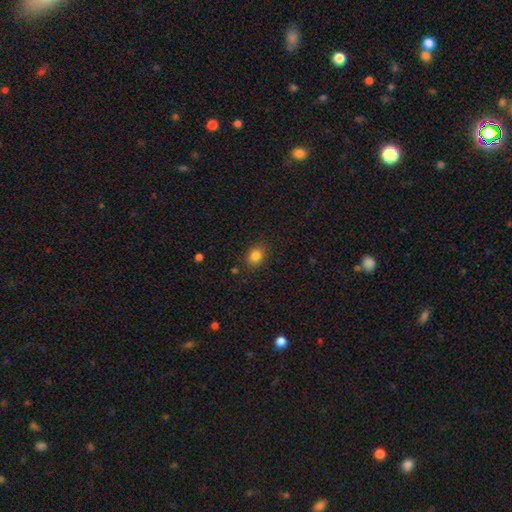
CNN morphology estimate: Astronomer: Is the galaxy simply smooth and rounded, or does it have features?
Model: smooth — 83%.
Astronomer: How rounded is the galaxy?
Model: in between — 52% (runner-up: round, 47%).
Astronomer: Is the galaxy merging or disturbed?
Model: none — 84%.